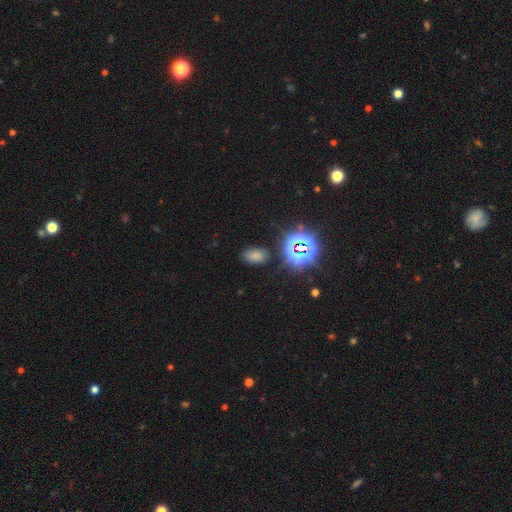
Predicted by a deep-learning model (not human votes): Smooth or featured? Predicted: smooth (p=0.63). How rounded? Predicted: in between (p=0.86). Merging? Predicted: none (p=0.80).